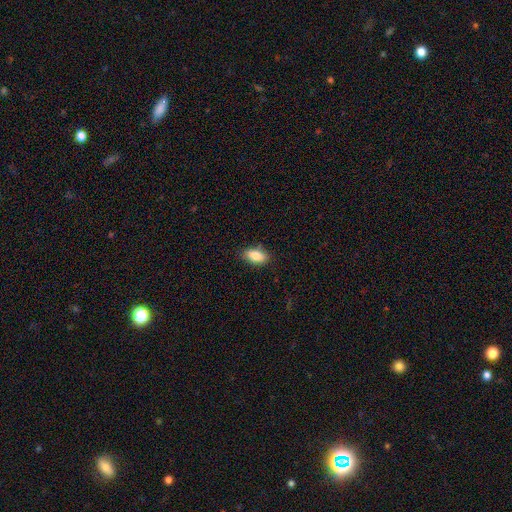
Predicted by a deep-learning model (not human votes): smooth 85%, featured or disk 8%, star or artifact 7%. Down the decision tree: how rounded — in between (89%); merging — none (85%).